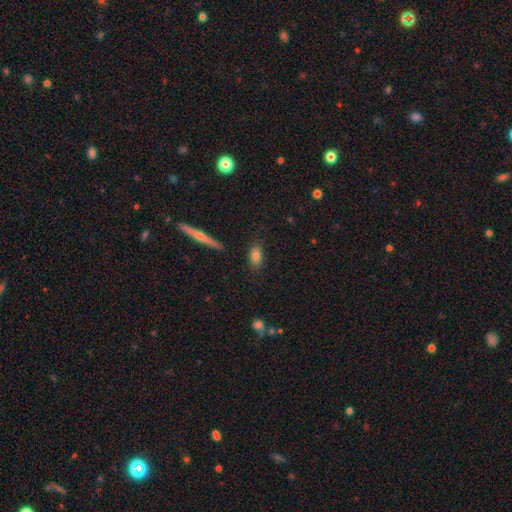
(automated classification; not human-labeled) smooth-or-featured: smooth: 81% | featured or disk: 11% | star or artifact: 8%
  how-rounded: in between: 83% | cigar-shaped: 9% | round: 8%
  merging: none: 84% | minor disturbance: 11% | major disturbance: 3% | merger: 2%